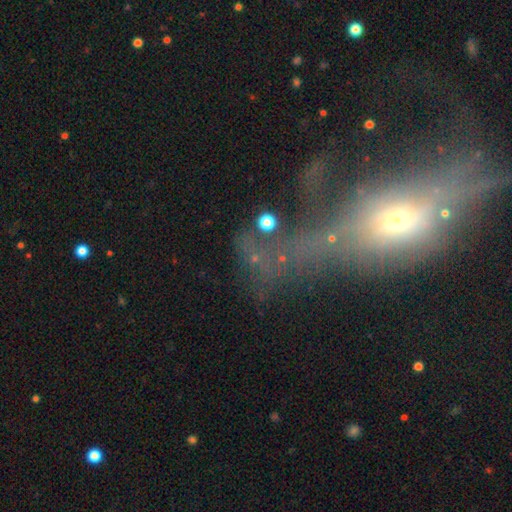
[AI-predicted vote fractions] A star or artifact, not a galaxy (35%).

Vote fractions:
- Smooth or featured? star or artifact: 35% / featured or disk: 34% / smooth: 31%